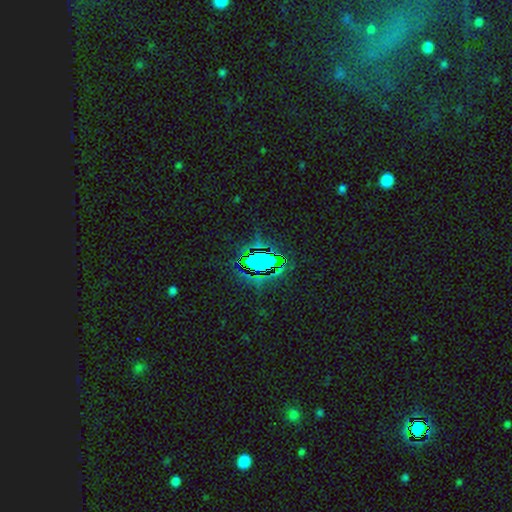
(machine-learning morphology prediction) type=star or artifact (71%).